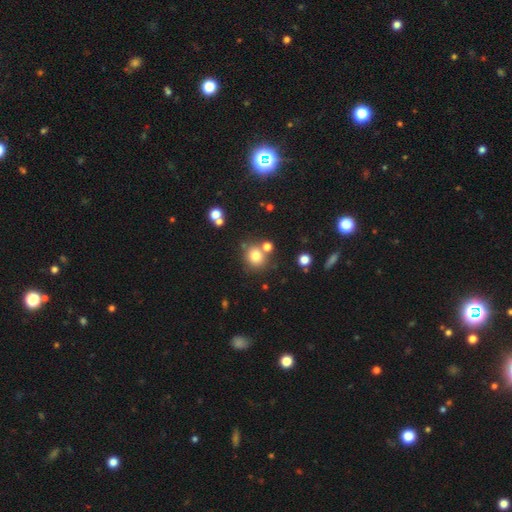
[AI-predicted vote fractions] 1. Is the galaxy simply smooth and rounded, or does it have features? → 77% smooth, 14% star or artifact, 9% featured or disk.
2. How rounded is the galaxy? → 84% round, 15% in between, 1% cigar-shaped.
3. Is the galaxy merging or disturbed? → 69% none, 17% merger, 10% minor disturbance, 4% major disturbance.